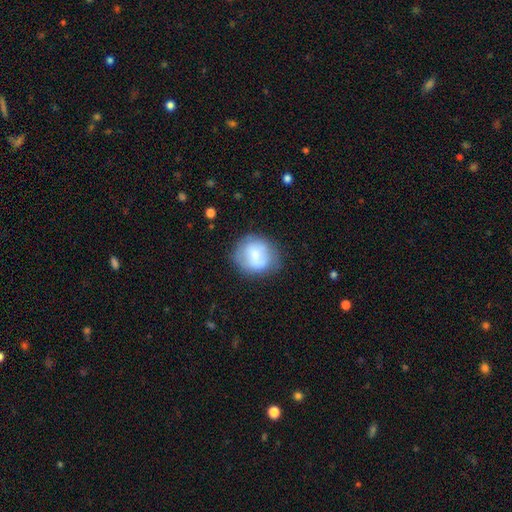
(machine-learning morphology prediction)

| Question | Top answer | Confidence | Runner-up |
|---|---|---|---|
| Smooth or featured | smooth | 65% | featured or disk (27%) |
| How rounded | round | 80% | in between (19%) |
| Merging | none | 71% | minor disturbance (20%) |